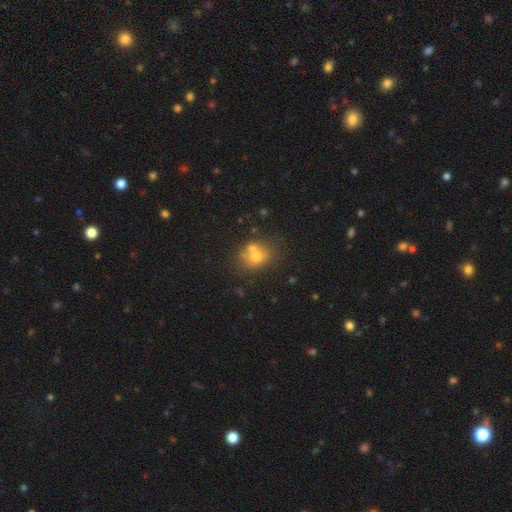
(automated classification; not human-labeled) Smooth or featured? Predicted: smooth (p=0.63). How rounded? Predicted: round (p=0.56). Merging? Predicted: none (p=0.45).